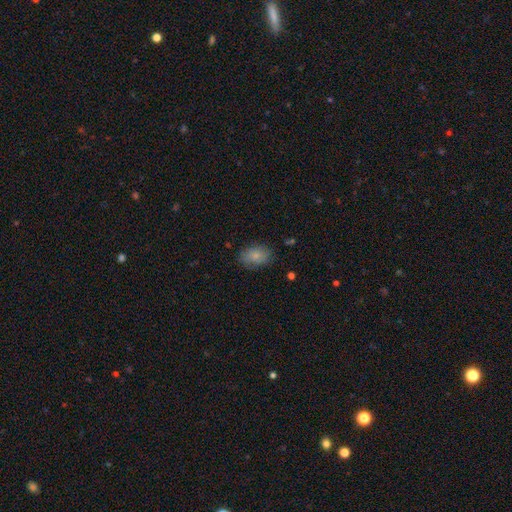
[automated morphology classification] Smooth or featured? Predicted: smooth (p=0.80). How rounded? Predicted: in between (p=0.84). Merging? Predicted: none (p=0.78).